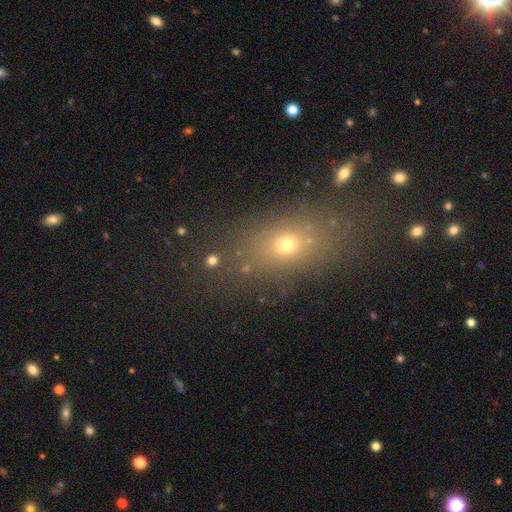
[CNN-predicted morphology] This appears to be a smooth galaxy with no disk features (56%) that is in between round and cigar-shaped (63%). Merging: none (82%).